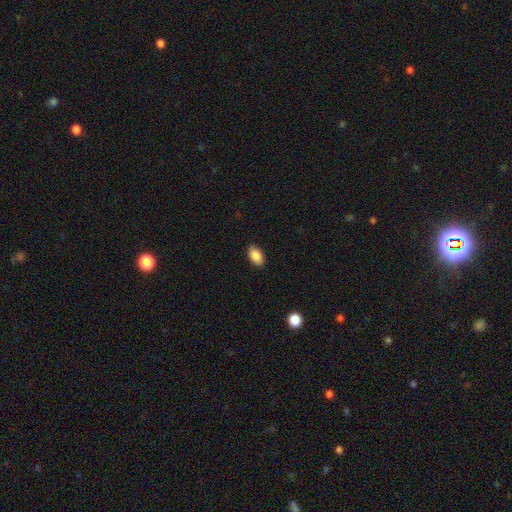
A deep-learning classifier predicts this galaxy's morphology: type=smooth (88%); roundness=in between (93%); merging=none (89%).